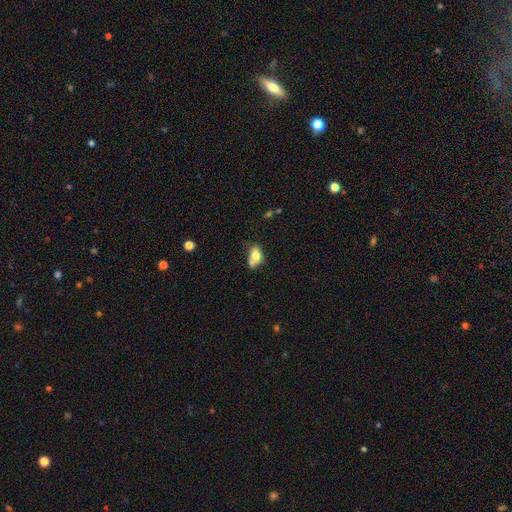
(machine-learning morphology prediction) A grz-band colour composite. It shows a smooth galaxy with no disk features (73%) that is in between round and cigar-shaped (82%). Merging: none (37%).